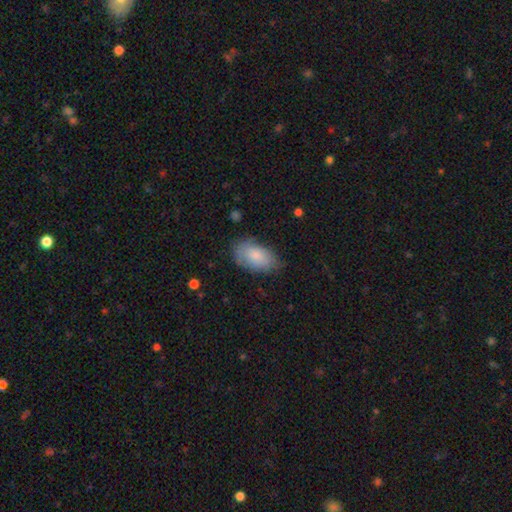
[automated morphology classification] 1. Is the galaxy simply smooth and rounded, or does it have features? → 81% smooth, 12% featured or disk, 6% star or artifact.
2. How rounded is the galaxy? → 93% in between, 5% round, 2% cigar-shaped.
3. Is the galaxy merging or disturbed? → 70% none, 23% minor disturbance, 5% major disturbance, 1% merger.